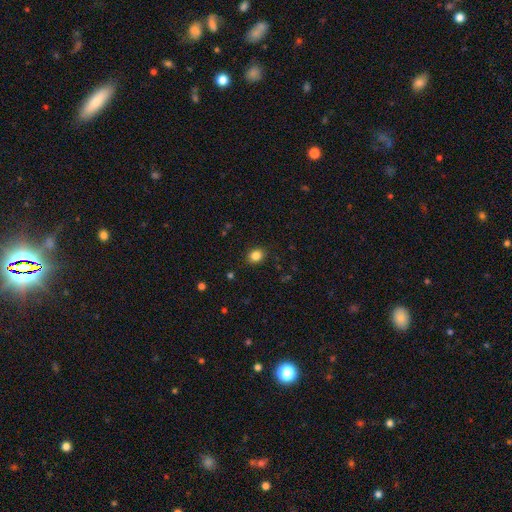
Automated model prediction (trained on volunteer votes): The model was most divided on "how rounded": round: 63%, in between: 36%, cigar-shaped: 1%. More confident: merging — none (89%); smooth or featured — smooth (84%).